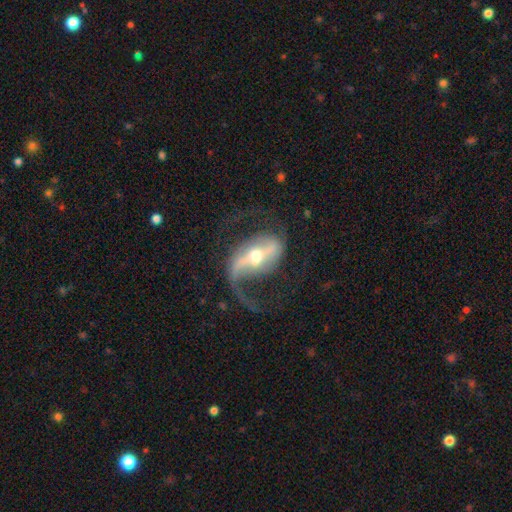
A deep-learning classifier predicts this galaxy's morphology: Smooth or featured?
  - featured or disk: 89% *
  - smooth: 6%
  - star or artifact: 5%
Edge-on disk?
  - no: 95% *
  - yes: 5%
Bar?
  - strong: 60% *
  - weak: 27%
  - no: 13%
Spiral arms?
  - yes: 95% *
  - no: 5%
Spiral winding?
  - loose: 59% *
  - medium: 33%
  - tight: 8%
Spiral arm count?
  - 2: 82% *
  - 1: 13%
  - can't tell: 2%
  - 3: 1%
  - 4: 1%
  - more than 4: 1%
Bulge size?
  - moderate: 61% *
  - small: 32%
  - large: 5%
  - dominant: 1%
  - none: 1%
Merging?
  - none: 64% *
  - major disturbance: 19%
  - minor disturbance: 15%
  - merger: 2%